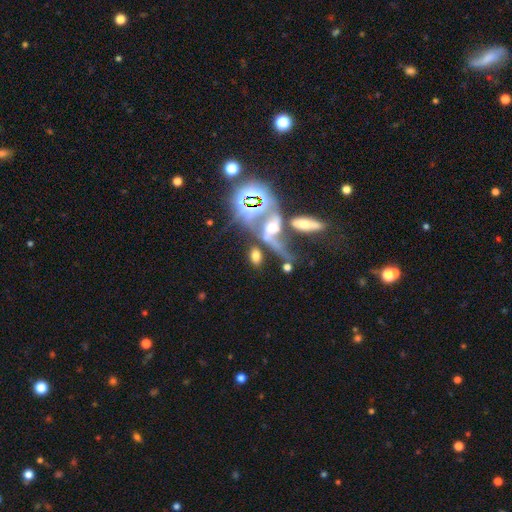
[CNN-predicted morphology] The model was most divided on "merging": merger: 37%, none: 36%, major disturbance: 15%, minor disturbance: 12%. More confident: how rounded — in between (81%); smooth or featured — smooth (51%).